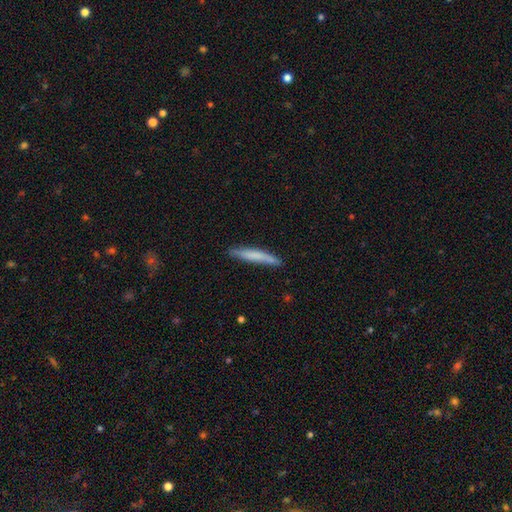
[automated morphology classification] This is likely a smooth galaxy (69%). How rounded: clearly cigar-shaped (94%). Merging: clearly none (83%).